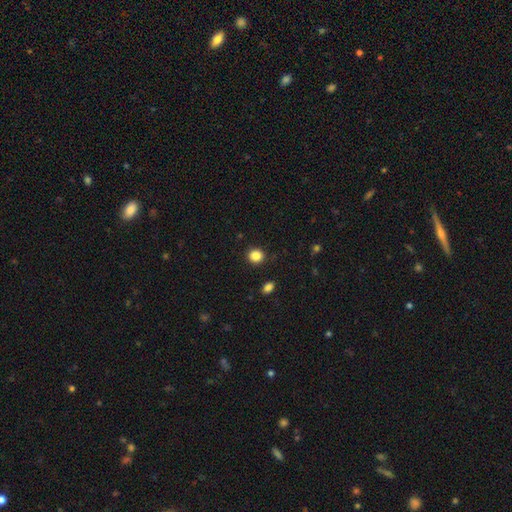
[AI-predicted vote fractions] smooth_or_featured: smooth (p=0.86) [alt: star or artifact p=0.10]
how_rounded: round (p=0.86) [alt: in between p=0.13]
merging: none (p=0.90) [alt: minor disturbance p=0.06]